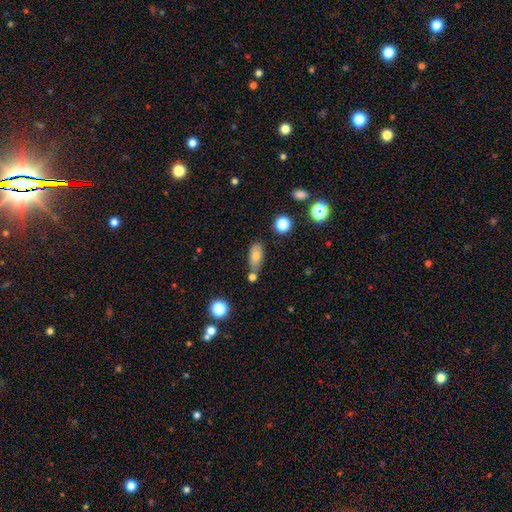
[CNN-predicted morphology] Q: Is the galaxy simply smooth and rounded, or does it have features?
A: smooth — 75%.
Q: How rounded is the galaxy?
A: in between — 84%.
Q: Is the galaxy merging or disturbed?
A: none — 64%.